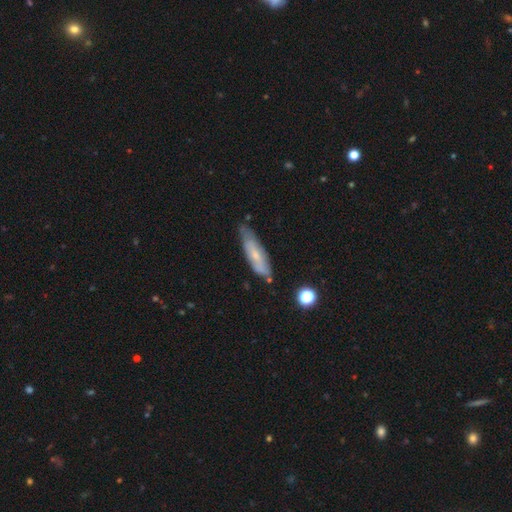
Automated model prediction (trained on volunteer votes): Smooth or featured: smooth — 50% (featured or disk — 43%)
Merging: none — 65% (minor disturbance — 26%)